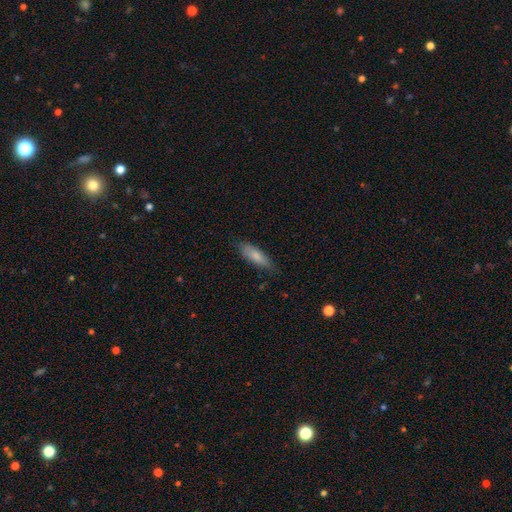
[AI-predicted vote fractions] smooth 79%, featured or disk 15%, star or artifact 6%. Down the decision tree: how rounded — in between (51%); merging — none (77%).